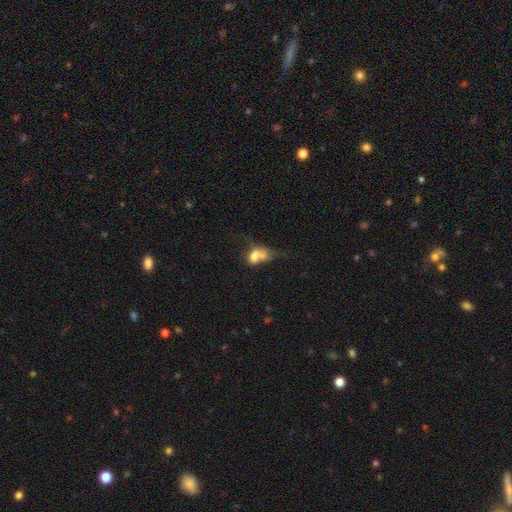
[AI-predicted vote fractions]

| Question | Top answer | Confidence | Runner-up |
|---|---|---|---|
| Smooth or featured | smooth | 62% | featured or disk (26%) |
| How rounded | in between | 68% | round (29%) |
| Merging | merger | 60% | none (15%) |